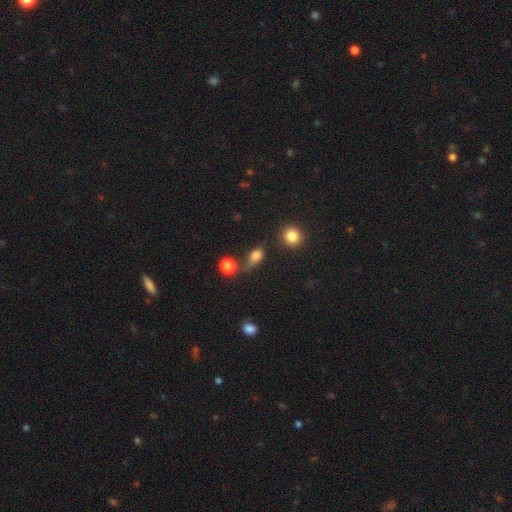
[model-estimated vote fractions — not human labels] This appears to be a smooth galaxy with no disk features (76%) that is in between round and cigar-shaped (57%). Merging: none (33%).